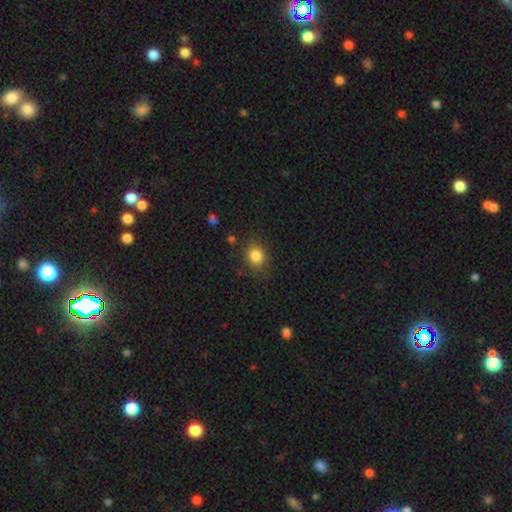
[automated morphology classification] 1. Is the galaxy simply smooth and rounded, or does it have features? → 84% smooth, 10% star or artifact, 5% featured or disk.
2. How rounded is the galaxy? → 70% round, 29% in between, 1% cigar-shaped.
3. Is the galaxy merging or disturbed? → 81% none, 13% minor disturbance, 4% major disturbance, 2% merger.